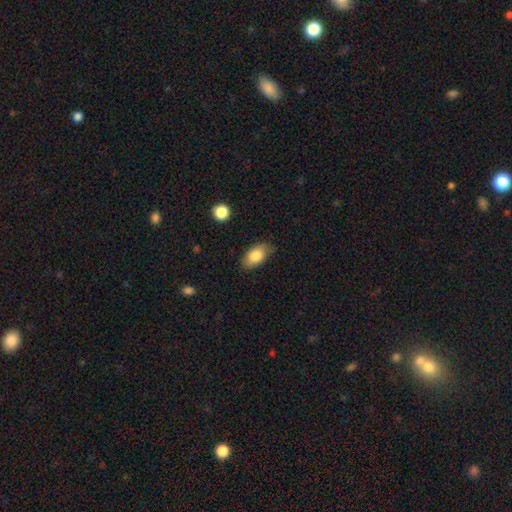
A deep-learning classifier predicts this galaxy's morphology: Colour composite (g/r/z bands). It shows a smooth galaxy with no disk features (83%) that is in between round and cigar-shaped (92%). Merging: none (79%).